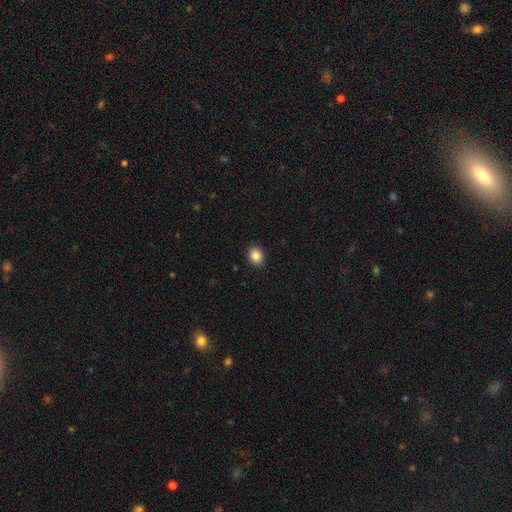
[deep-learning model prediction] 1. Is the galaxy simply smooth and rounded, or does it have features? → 87% smooth, 9% star or artifact, 3% featured or disk.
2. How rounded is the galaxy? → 65% round, 34% in between, 1% cigar-shaped.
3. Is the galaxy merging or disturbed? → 91% none, 6% minor disturbance, 2% major disturbance, 1% merger.